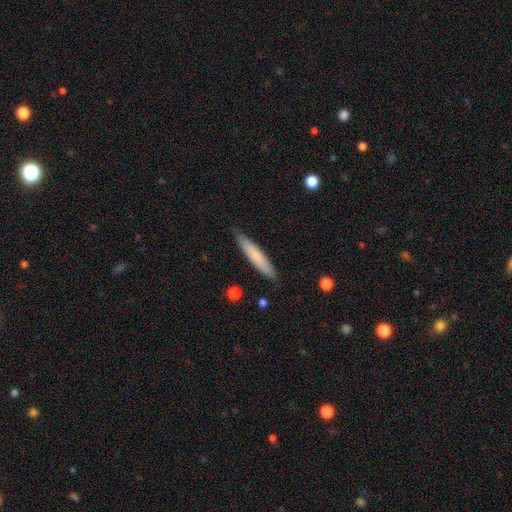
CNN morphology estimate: Smooth or featured? smooth (72%)
How rounded? cigar-shaped (91%)
Merging? none (87%)